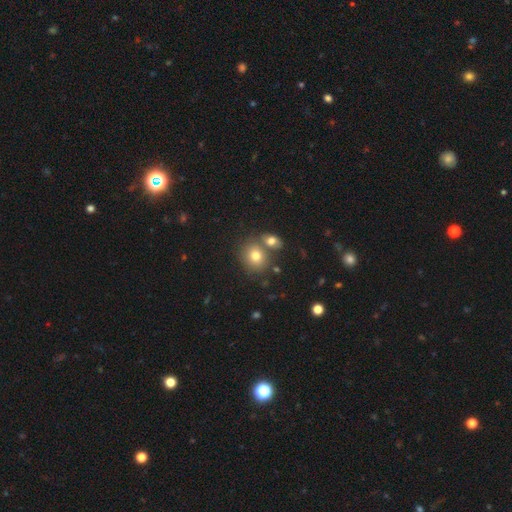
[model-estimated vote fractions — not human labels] This is likely a smooth galaxy (76%). How rounded: likely round (70%). Merging: possibly none (59%).